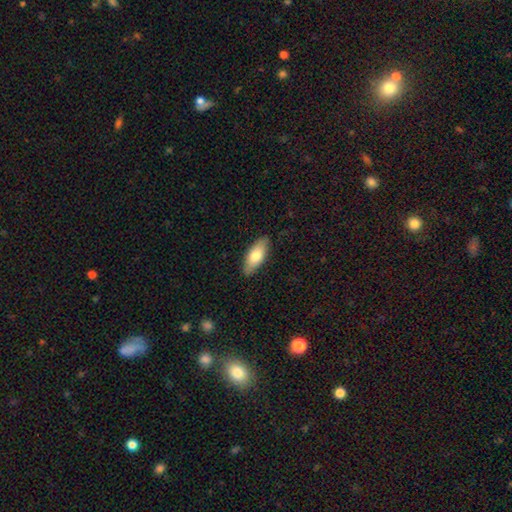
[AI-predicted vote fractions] Smooth or featured? smooth (72%)
How rounded? in between (78%)
Merging? none (87%)